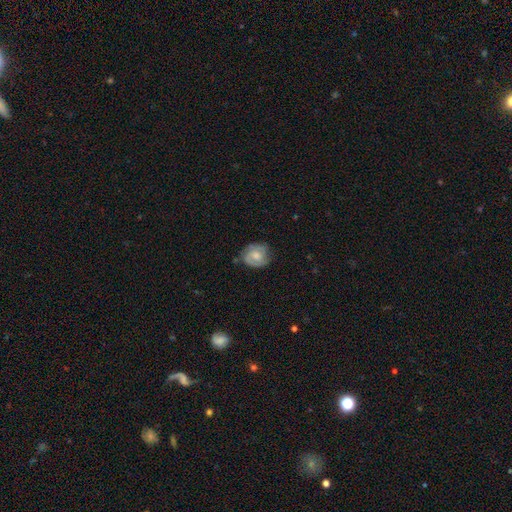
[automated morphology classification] Smooth or featured? featured or disk (66%)
Edge-on disk? no (97%)
Bar? no (66%)
Spiral arms? yes (91%)
Spiral winding? tight (54%)
Spiral arm count? 2 (59%)
Bulge size? moderate (54%)
Merging? none (70%)